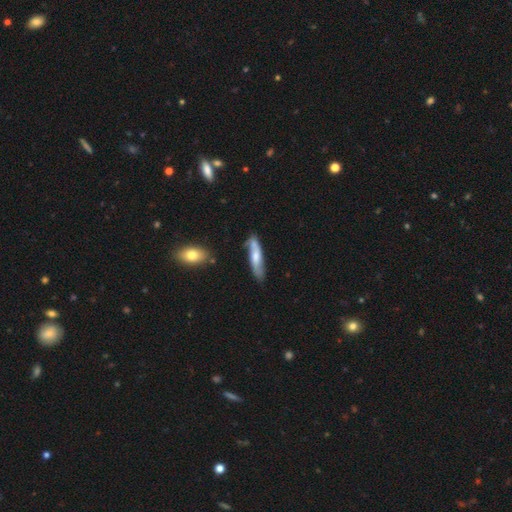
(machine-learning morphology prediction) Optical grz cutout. It shows a smooth galaxy with no disk features (53%) that is cigar-shaped (74%). Merging: none (67%).